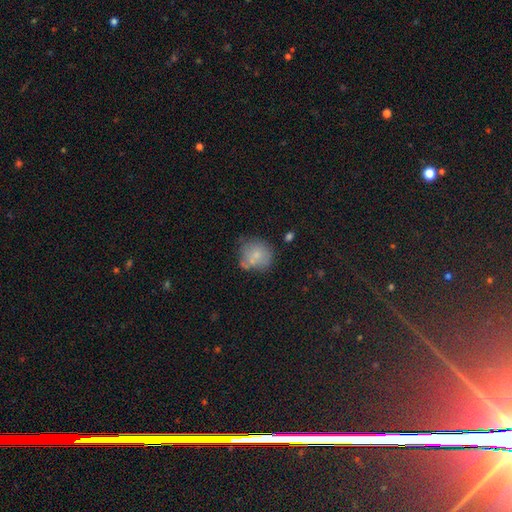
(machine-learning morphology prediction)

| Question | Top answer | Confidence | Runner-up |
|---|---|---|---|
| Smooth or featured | smooth | 73% | featured or disk (18%) |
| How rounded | round | 84% | in between (15%) |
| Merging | none | 55% | minor disturbance (23%) |